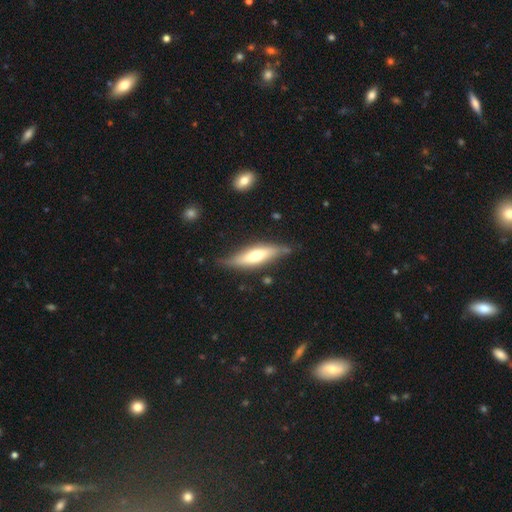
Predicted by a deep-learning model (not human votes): Smooth or featured? Predicted: smooth (p=0.48). Merging? Predicted: none (p=0.70).